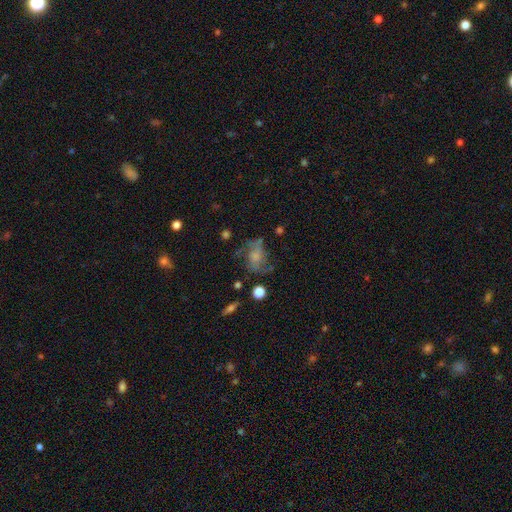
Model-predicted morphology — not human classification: type=featured or disk (61%); edge-on=no (96%); bar=no (67%); spiral arms=yes (79%); bulge=moderate (30%); merging=none (50%).